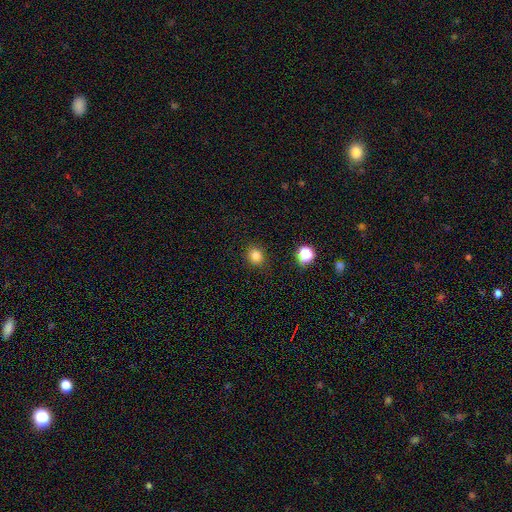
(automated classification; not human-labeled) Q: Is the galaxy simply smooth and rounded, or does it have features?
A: smooth — 82%.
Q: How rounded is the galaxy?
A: round — 79%.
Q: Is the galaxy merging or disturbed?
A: none — 88%.